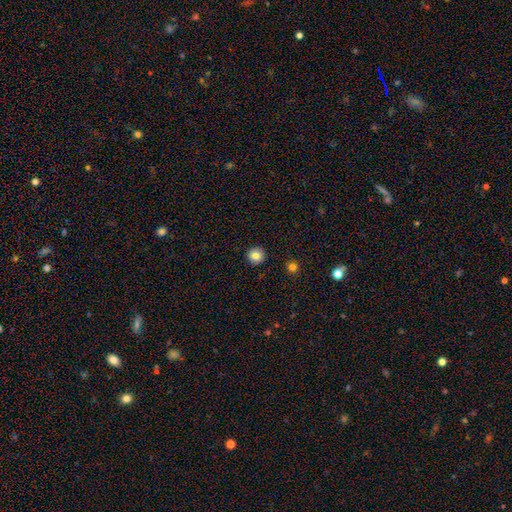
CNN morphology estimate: This appears to be a smooth galaxy with no disk features (83%) that is round (95%). Merging: none (93%).